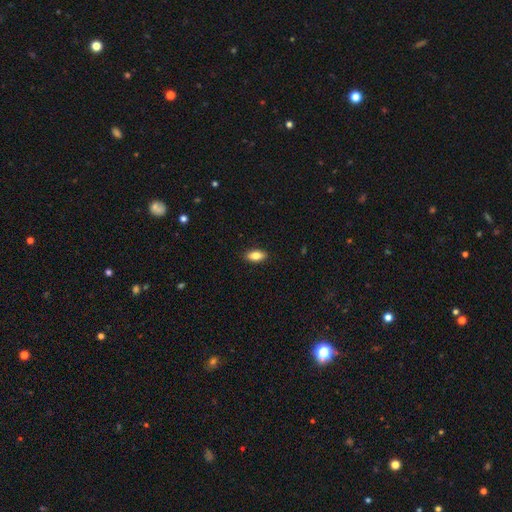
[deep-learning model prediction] smooth-or-featured: smooth: 79% | featured or disk: 14% | star or artifact: 7%
  how-rounded: in between: 87% | cigar-shaped: 10% | round: 4%
  merging: none: 89% | minor disturbance: 8% | major disturbance: 2% | merger: 1%